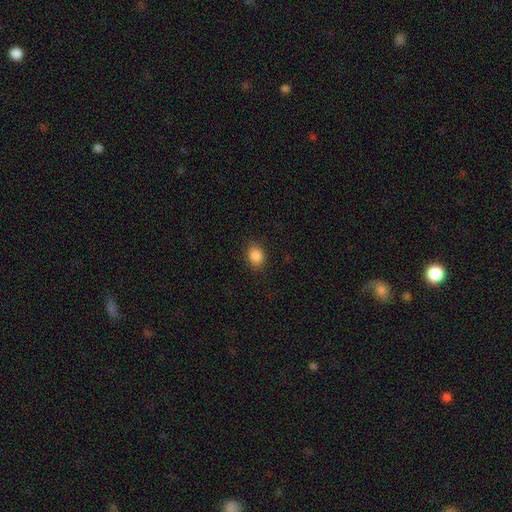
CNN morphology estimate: smooth_or_featured: smooth (p=0.87) [alt: star or artifact p=0.09]
how_rounded: in between (p=0.54) [alt: round p=0.45]
merging: none (p=0.87) [alt: minor disturbance p=0.09]